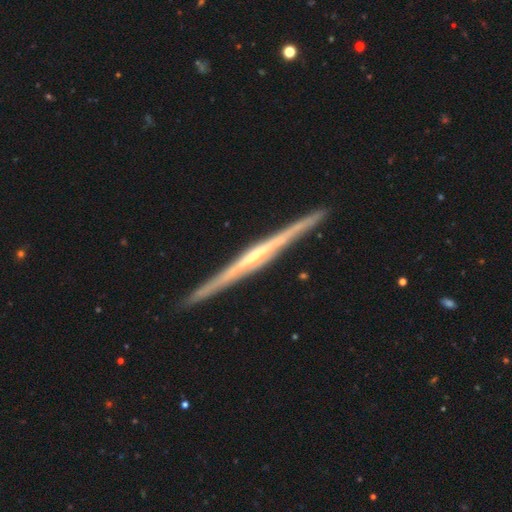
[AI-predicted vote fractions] Smooth or featured?
  - featured or disk: 85% *
  - smooth: 10%
  - star or artifact: 5%
Edge-on disk?
  - yes: 98% *
  - no: 2%
Edge-on bulge?
  - rounded: 44% *
  - none: 41%
  - boxy: 15%
Merging?
  - none: 92% *
  - minor disturbance: 6%
  - major disturbance: 1%
  - merger: 1%